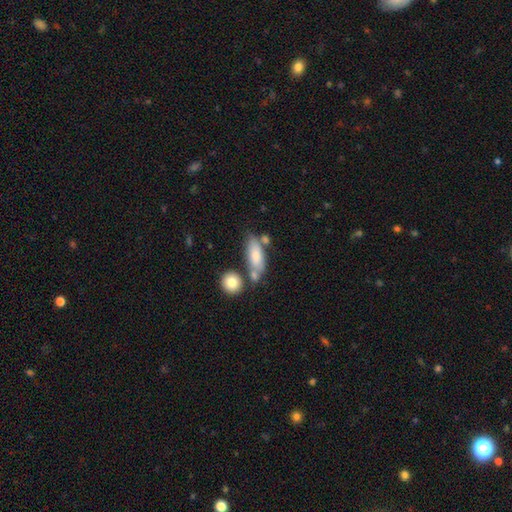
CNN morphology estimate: Smooth or featured?
  - smooth: 77% *
  - featured or disk: 16%
  - star or artifact: 7%
How rounded?
  - in between: 75% *
  - cigar-shaped: 21%
  - round: 4%
Merging?
  - none: 55% *
  - merger: 22%
  - minor disturbance: 17%
  - major disturbance: 6%